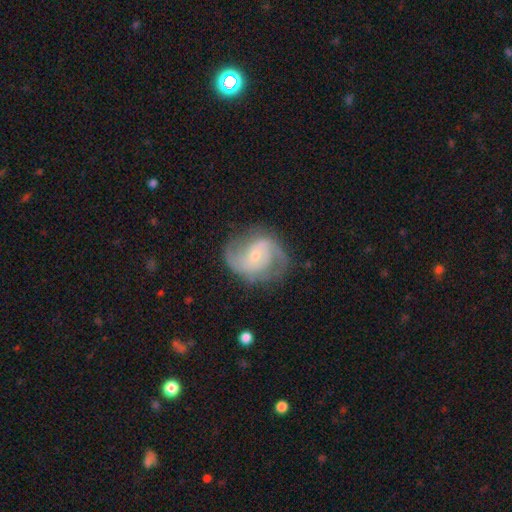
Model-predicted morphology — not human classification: type=featured or disk (86%); edge-on=no (98%); bar=no (54%); spiral arms=yes (96%); winding=medium (52%); arm count=2 (84%); bulge=small (64%); merging=none (75%).